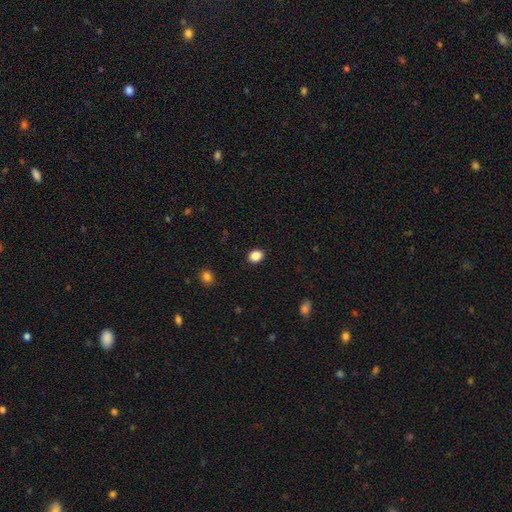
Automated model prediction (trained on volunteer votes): Morphology: type=smooth (87%); roundness=round (51%); merging=none (90%).